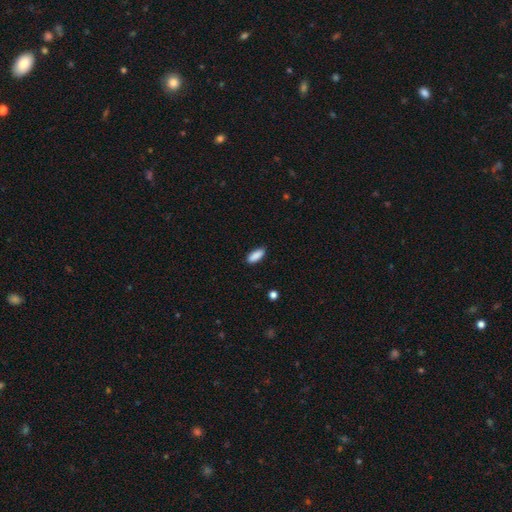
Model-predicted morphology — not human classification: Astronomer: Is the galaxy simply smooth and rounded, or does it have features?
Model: smooth — 89%.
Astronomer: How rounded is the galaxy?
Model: in between — 75%.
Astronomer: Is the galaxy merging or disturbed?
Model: none — 84%.